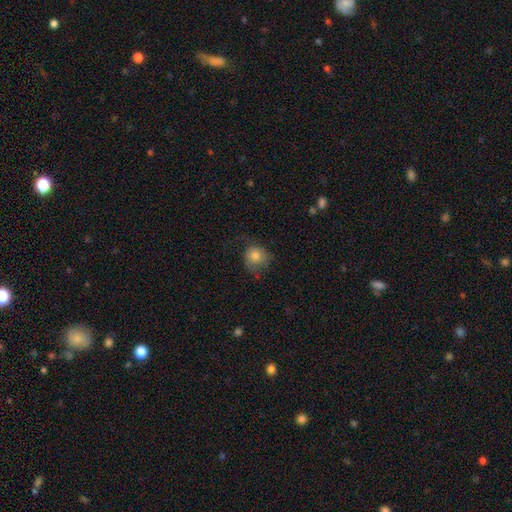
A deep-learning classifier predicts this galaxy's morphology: A smooth galaxy with no disk features (69%) that is round (79%). Merging: none (47%).